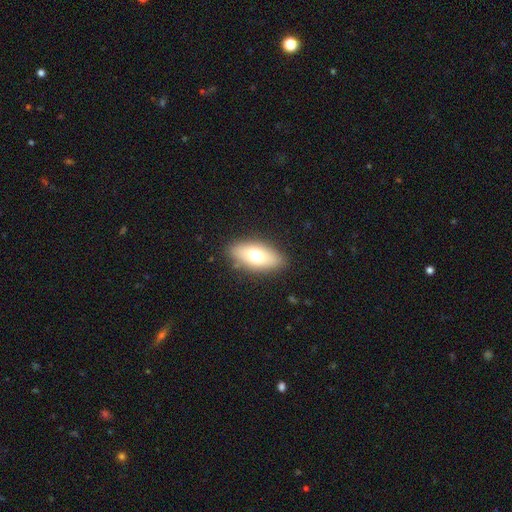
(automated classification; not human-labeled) Q: Smooth or featured?
A: smooth (67%); runner-up: featured or disk (25%)
Q: How rounded?
A: in between (84%); runner-up: cigar-shaped (11%)
Q: Merging?
A: none (85%); runner-up: minor disturbance (10%)